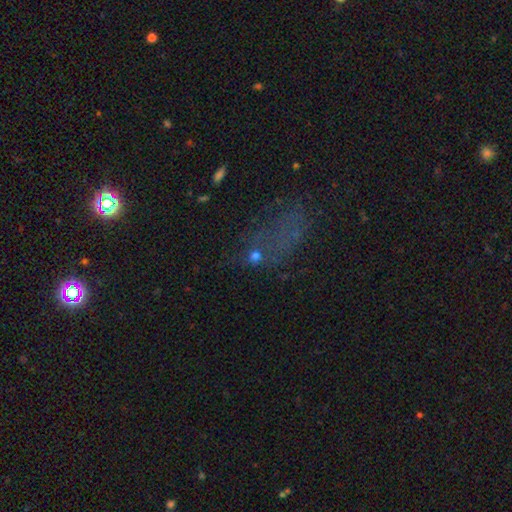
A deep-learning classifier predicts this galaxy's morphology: type=smooth (41%); merging=none (45%).